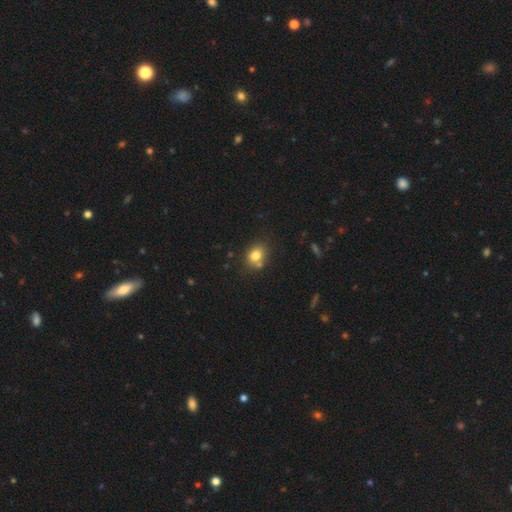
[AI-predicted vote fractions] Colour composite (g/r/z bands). It shows a smooth galaxy with no disk features (79%) that is round (50%). Merging: none (65%).